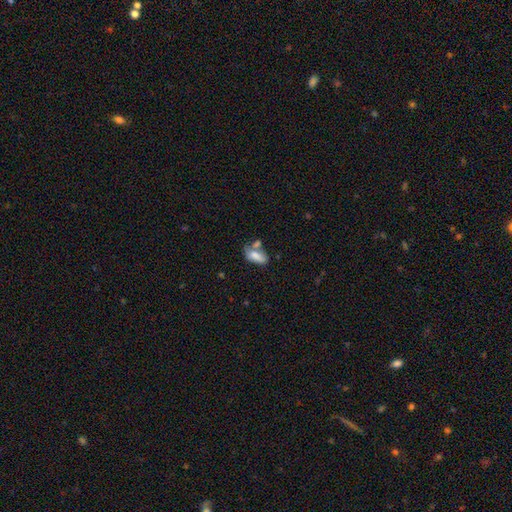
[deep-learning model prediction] A smooth galaxy with no disk features (77%) that is in between round and cigar-shaped (84%).

Vote fractions:
- Smooth or featured? smooth: 77% / featured or disk: 15% / star or artifact: 8%
- How rounded? in between: 84% / cigar-shaped: 12% / round: 4%
- Merging? none: 37% / merger: 34% / minor disturbance: 19% / major disturbance: 10%